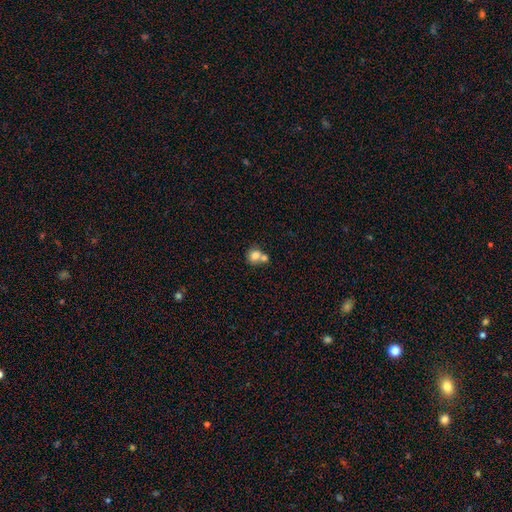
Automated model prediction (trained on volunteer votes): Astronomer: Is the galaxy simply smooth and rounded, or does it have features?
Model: smooth — 76%.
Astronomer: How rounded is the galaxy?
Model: round — 78%.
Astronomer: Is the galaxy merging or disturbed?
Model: merger — 52% (runner-up: none, 37%).